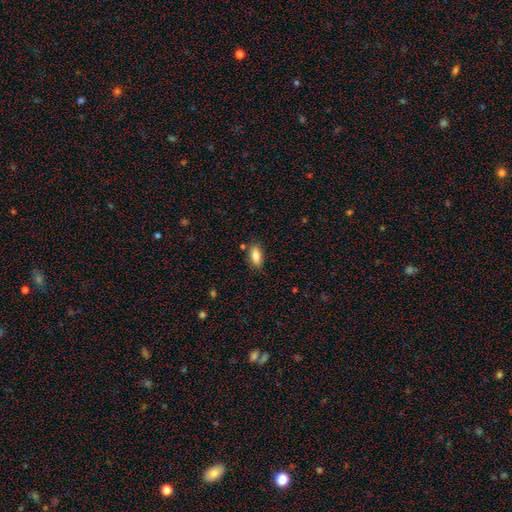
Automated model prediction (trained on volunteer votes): The model was most divided on "merging": none: 81%, minor disturbance: 13%, merger: 4%, major disturbance: 3%. More confident: how rounded — in between (85%); smooth or featured — smooth (84%).